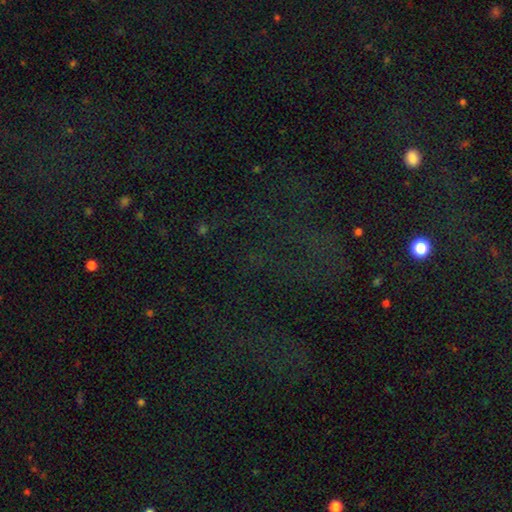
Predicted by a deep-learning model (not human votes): Morphology: type=star or artifact (70%).